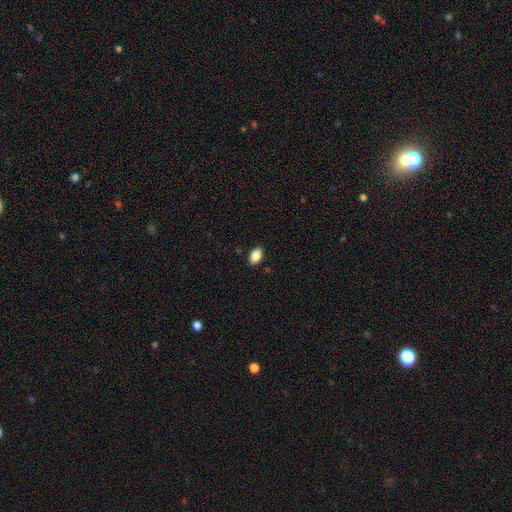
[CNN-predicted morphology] A smooth galaxy with no disk features (88%) that is in between round and cigar-shaped (92%).

Vote fractions:
- Smooth or featured? smooth: 88% / star or artifact: 8% / featured or disk: 5%
- How rounded? in between: 92% / round: 5% / cigar-shaped: 2%
- Merging? none: 87% / minor disturbance: 10% / major disturbance: 2% / merger: 1%